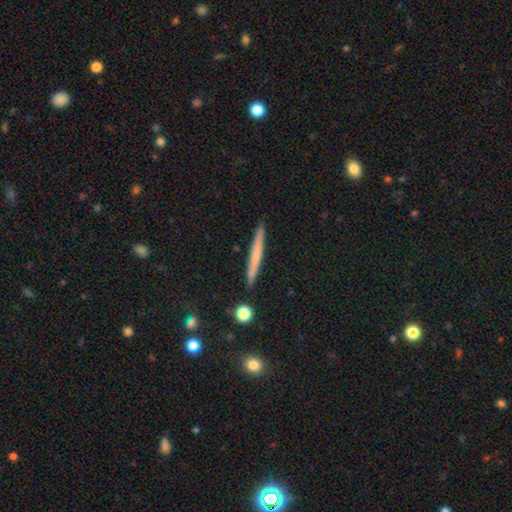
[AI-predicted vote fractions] Q: Smooth or featured?
A: smooth (53%); runner-up: featured or disk (40%)
Q: How rounded?
A: cigar-shaped (96%); runner-up: in between (2%)
Q: Merging?
A: none (91%); runner-up: minor disturbance (6%)